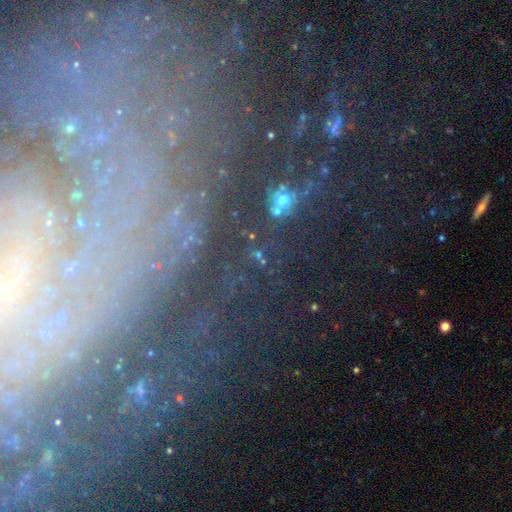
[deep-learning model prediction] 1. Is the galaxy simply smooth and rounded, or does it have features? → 48% star or artifact, 31% featured or disk, 21% smooth.